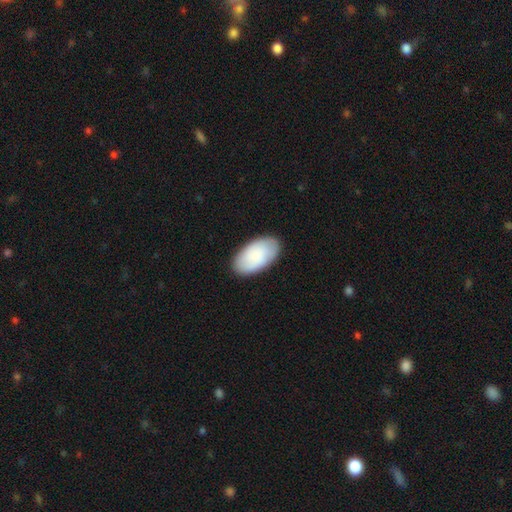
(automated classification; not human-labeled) This appears to be a smooth galaxy with no disk features (83%) that is in between round and cigar-shaped (96%). Merging: none (87%).